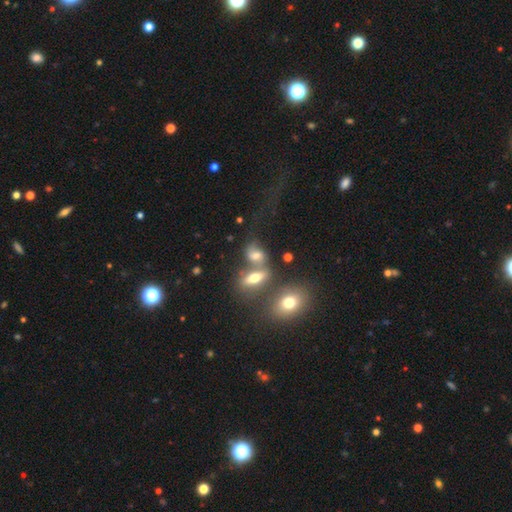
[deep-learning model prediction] A smooth galaxy with no disk features (50%) that is in between round and cigar-shaped (71%).

Vote fractions:
- Smooth or featured? smooth: 50% / featured or disk: 34% / star or artifact: 15%
- How rounded? in between: 71% / round: 20% / cigar-shaped: 9%
- Merging? merger: 46% / none: 32% / minor disturbance: 12% / major disturbance: 11%